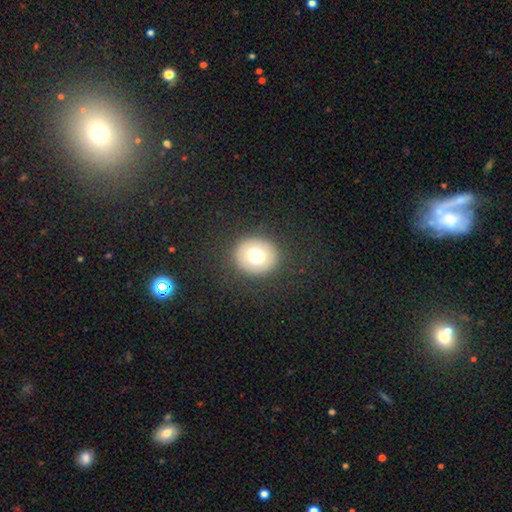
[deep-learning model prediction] smooth_or_featured: smooth (p=0.72) [alt: featured or disk p=0.16]
how_rounded: round (p=0.80) [alt: in between p=0.19]
merging: none (p=0.88) [alt: minor disturbance p=0.07]